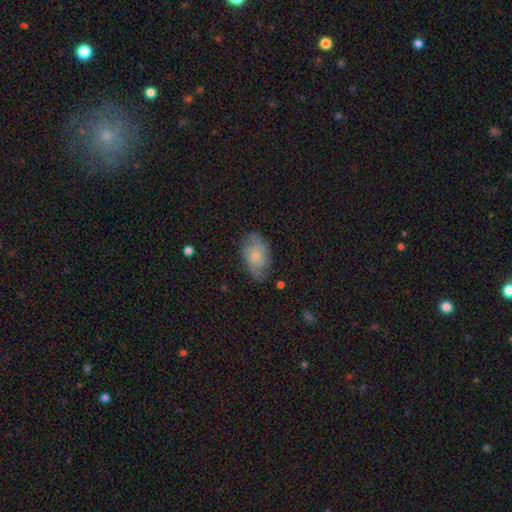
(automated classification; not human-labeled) This appears to be a smooth galaxy with no disk features (52%) that is in between round and cigar-shaped (86%). Merging: none (64%).